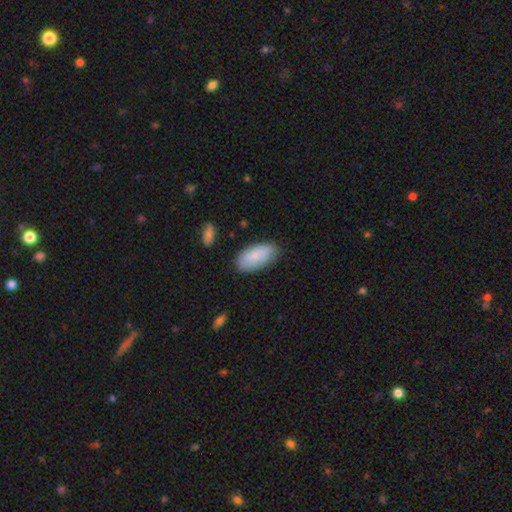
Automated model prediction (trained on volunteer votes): The model was most divided on "merging": none: 80%, minor disturbance: 15%, major disturbance: 3%, merger: 2%. More confident: how rounded — in between (94%); smooth or featured — smooth (83%).